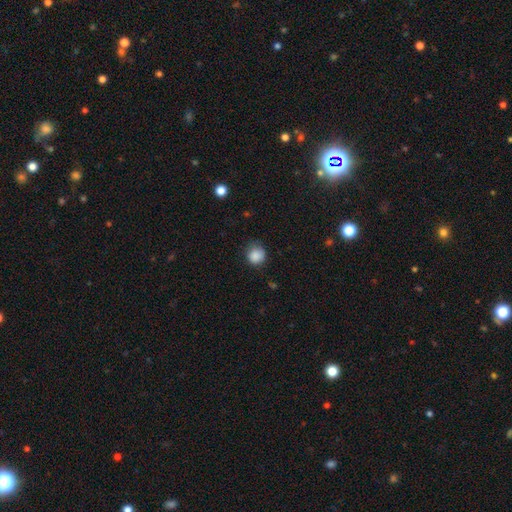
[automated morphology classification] Overall: smooth (87%). How rounded: round (87%). Merging: none (70%).